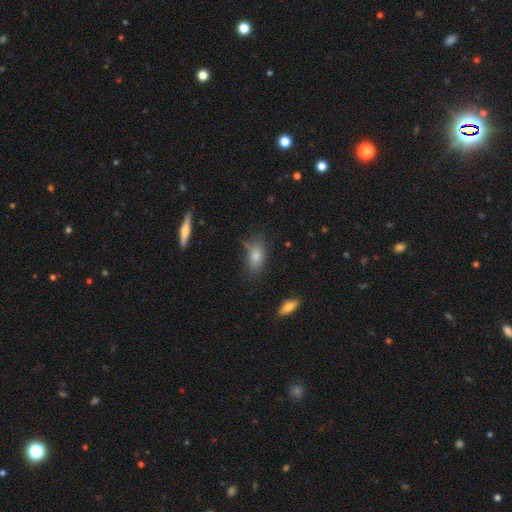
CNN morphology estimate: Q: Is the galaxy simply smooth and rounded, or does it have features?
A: smooth — 75%.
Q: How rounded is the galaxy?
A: in between — 83%.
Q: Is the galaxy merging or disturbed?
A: none — 73%.